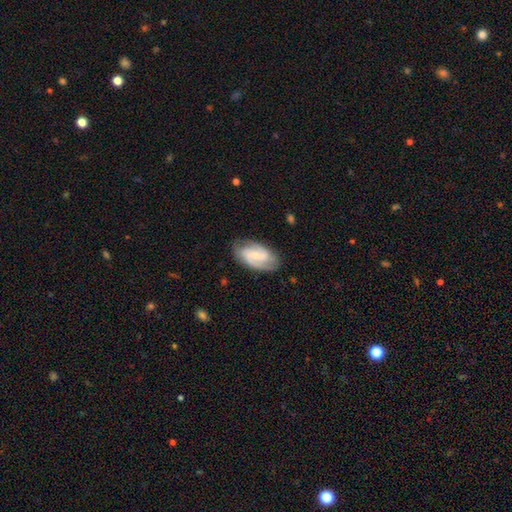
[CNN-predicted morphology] The model was most divided on "bar": weak: 45%, no: 44%, strong: 11%. Remaining: edge-on disk — no (97%); spiral arms — yes (95%); smooth or featured — featured or disk (79%); merging — none (78%); spiral arm count — 2 (72%); bulge size — small (62%); spiral winding — medium (48%).